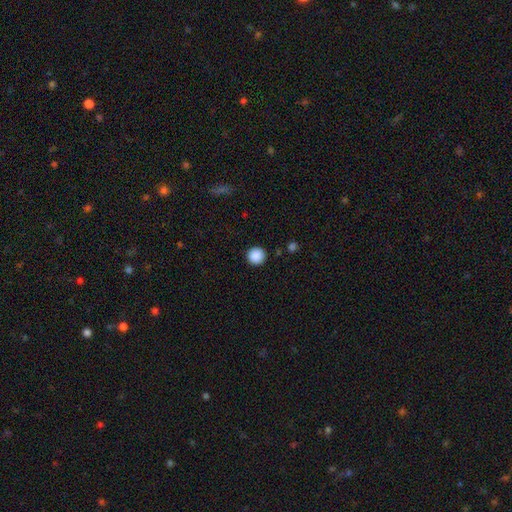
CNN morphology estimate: Smooth or featured: smooth — 89% (star or artifact — 9%)
How rounded: round — 95% (in between — 4%)
Merging: none — 92% (minor disturbance — 5%)